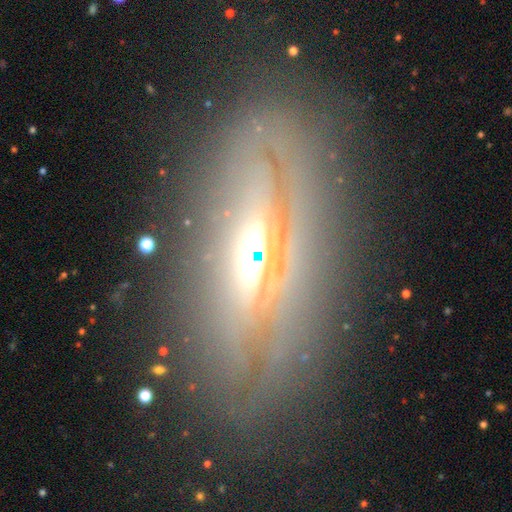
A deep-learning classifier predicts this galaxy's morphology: Overall: featured or disk (73%). Edge-on disk: yes (55%; no 45%). Merging: none (72%).